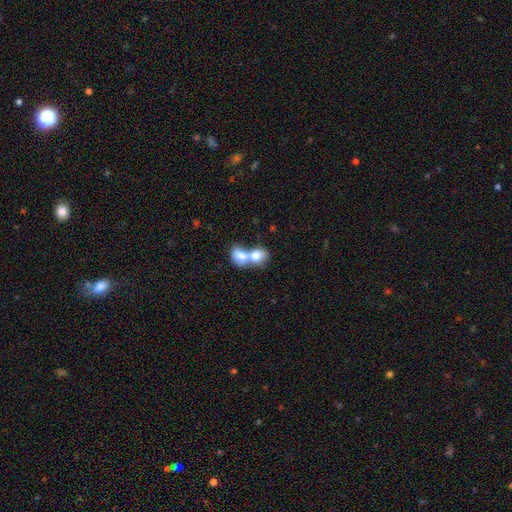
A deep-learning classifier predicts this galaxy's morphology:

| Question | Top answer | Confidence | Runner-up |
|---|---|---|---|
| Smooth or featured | smooth | 73% | featured or disk (19%) |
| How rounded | in between | 56% | round (43%) |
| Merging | merger | 80% | none (13%) |